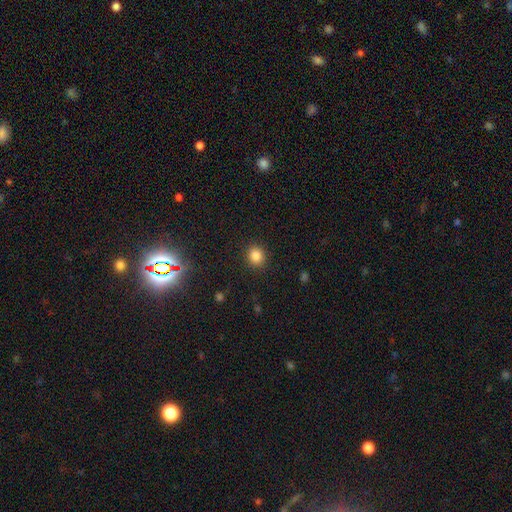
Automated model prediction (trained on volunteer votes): A smooth galaxy with no disk features (83%) that is round (79%). Merging: none (90%).